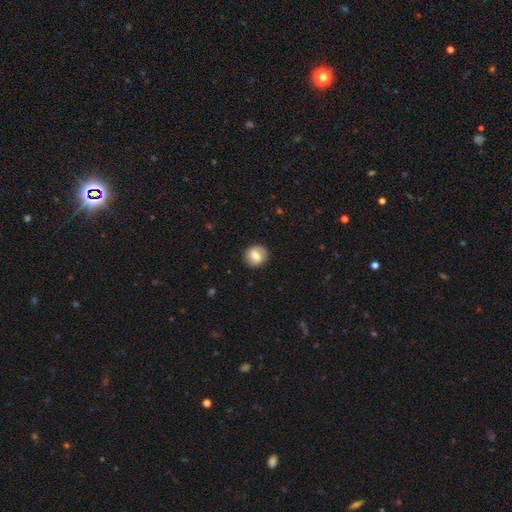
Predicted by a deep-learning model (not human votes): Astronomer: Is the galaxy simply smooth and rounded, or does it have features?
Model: smooth — 73%.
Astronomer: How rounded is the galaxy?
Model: round — 83%.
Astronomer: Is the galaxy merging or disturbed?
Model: none — 88%.